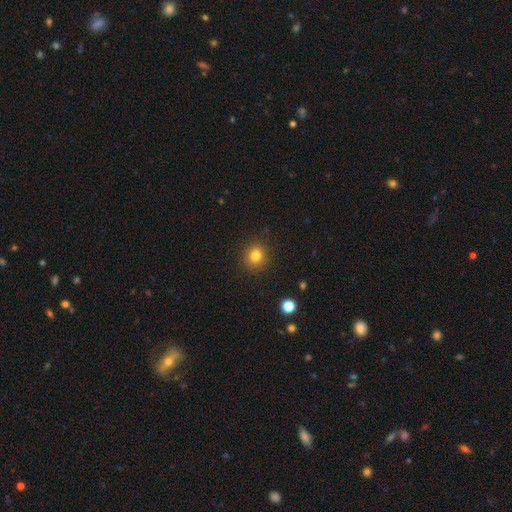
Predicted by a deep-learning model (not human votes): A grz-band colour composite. It shows a smooth galaxy with no disk features (82%) that is round (88%). Merging: none (89%).